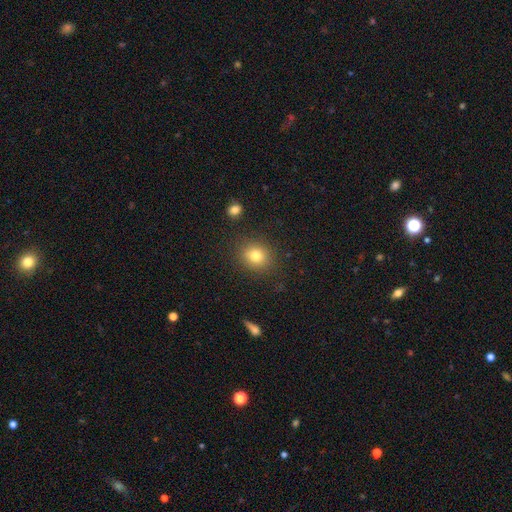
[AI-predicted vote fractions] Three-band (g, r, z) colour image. It shows a smooth galaxy with no disk features (80%) that is round (74%). Merging: none (86%).